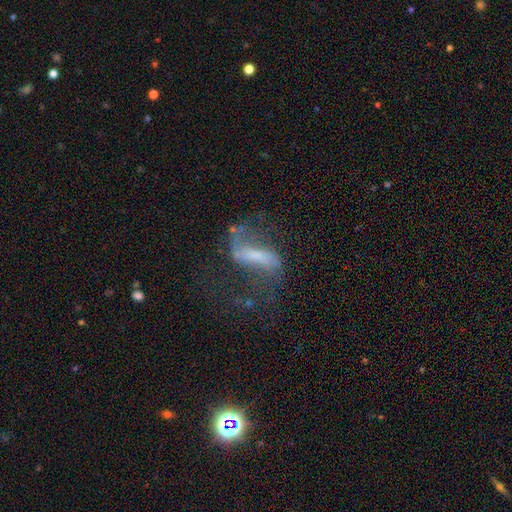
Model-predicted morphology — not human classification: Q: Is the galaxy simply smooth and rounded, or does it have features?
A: featured or disk — 74%.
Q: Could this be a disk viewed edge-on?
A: no — 90%.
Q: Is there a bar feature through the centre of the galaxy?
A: strong — 51%.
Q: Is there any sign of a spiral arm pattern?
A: yes — 87%.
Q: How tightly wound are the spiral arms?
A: loose — 75%.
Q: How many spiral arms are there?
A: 2 — 86%.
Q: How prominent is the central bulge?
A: small — 34%.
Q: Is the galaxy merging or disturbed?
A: none — 48%.